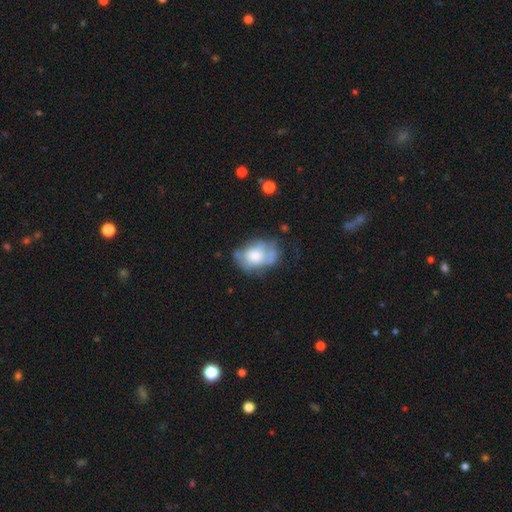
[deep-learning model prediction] Smooth or featured? Predicted: smooth (p=0.57). How rounded? Predicted: in between (p=0.72). Merging? Predicted: none (p=0.37).